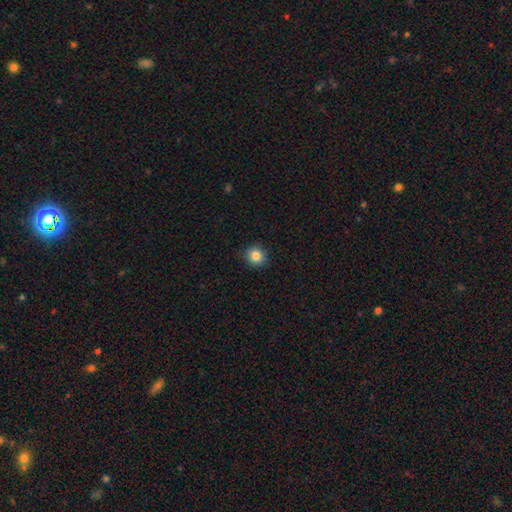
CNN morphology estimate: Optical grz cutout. It shows a smooth galaxy with no disk features (84%) that is round (85%). Merging: none (89%).